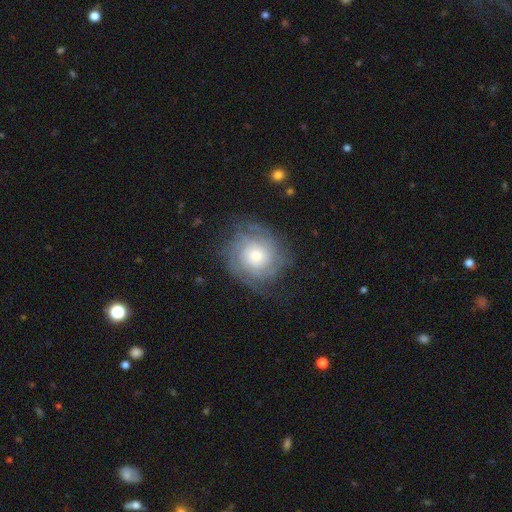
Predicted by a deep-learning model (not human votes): A featured or disk galaxy (75%) with no bar (79%), tight (73%) spiral arms (93%) and a moderate central bulge (53%). Merging: none (74%).